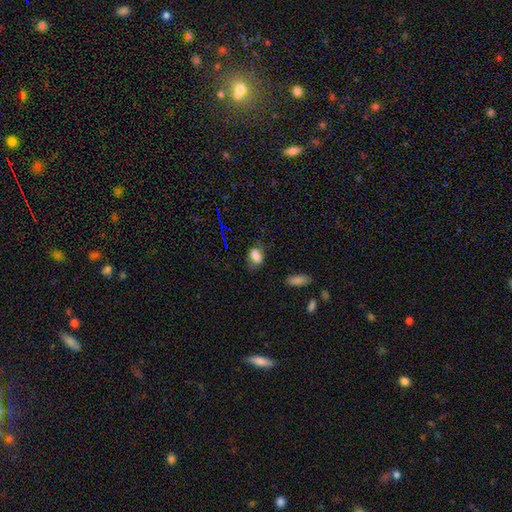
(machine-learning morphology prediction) Overall: smooth (77%). How rounded: in between (83%). Merging: none (66%).